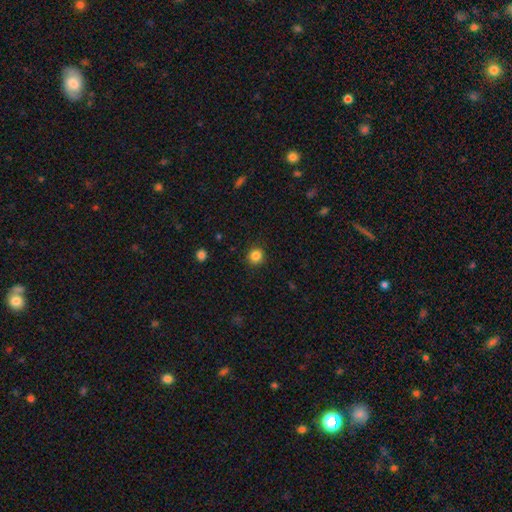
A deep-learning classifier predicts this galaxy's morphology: This is clearly a smooth galaxy (85%). How rounded: clearly round (90%). Merging: clearly none (90%).